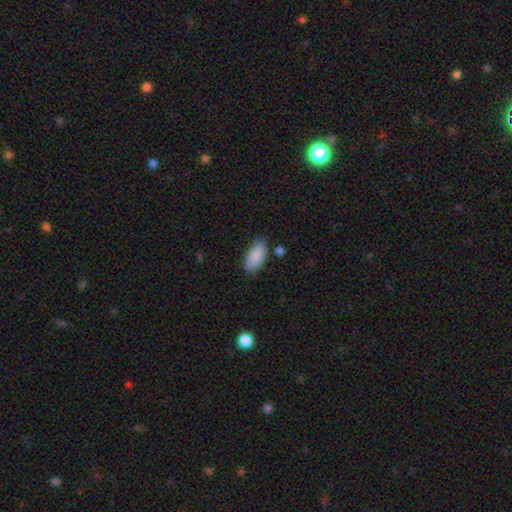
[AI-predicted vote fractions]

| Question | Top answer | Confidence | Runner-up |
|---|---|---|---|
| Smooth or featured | smooth | 87% | featured or disk (7%) |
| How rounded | in between | 91% | cigar-shaped (8%) |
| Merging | none | 77% | minor disturbance (17%) |